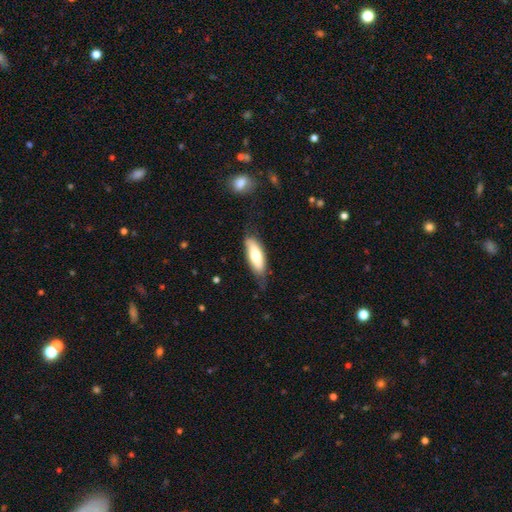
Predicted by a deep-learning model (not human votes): Overall: smooth (67%). How rounded: in between (64%; cigar-shaped 34%). Merging: none (68%).